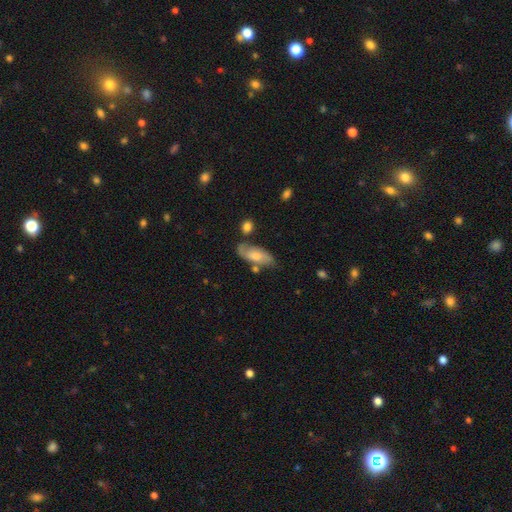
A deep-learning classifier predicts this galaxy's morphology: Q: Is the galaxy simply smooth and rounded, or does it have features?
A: smooth — 48%.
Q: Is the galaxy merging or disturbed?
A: none — 59%.